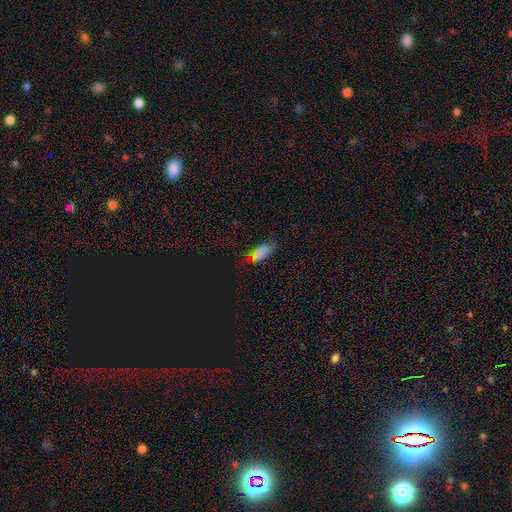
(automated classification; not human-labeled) smooth 50%, star or artifact 34%, featured or disk 15%. Down the decision tree: how rounded — in between (74%); merging — none (77%).